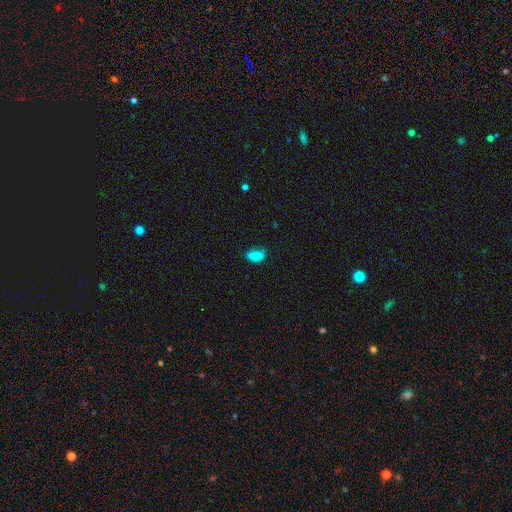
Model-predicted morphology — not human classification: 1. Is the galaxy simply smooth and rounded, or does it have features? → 75% smooth, 15% star or artifact, 10% featured or disk.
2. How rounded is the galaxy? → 88% in between, 8% round, 4% cigar-shaped.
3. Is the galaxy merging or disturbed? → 53% none, 30% minor disturbance, 12% major disturbance, 5% merger.